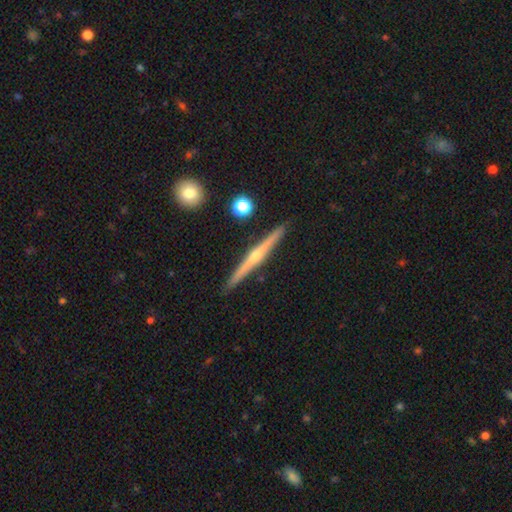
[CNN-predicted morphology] type=featured or disk (75%); edge-on=yes (98%); edge-on bulge=rounded (79%); merging=none (91%).